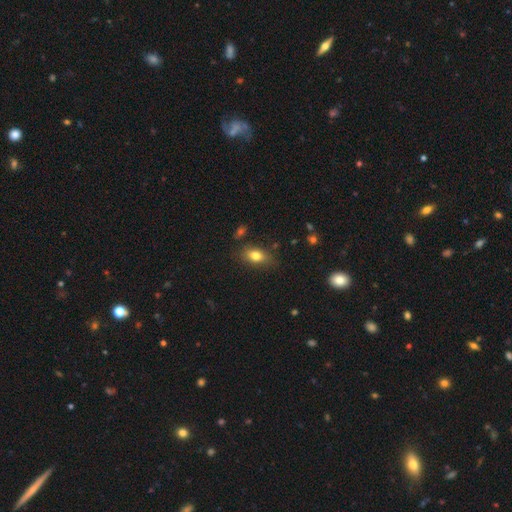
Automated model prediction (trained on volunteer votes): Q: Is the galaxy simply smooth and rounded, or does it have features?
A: smooth — 80%.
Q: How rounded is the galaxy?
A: in between — 83%.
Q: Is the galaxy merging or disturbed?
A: none — 79%.